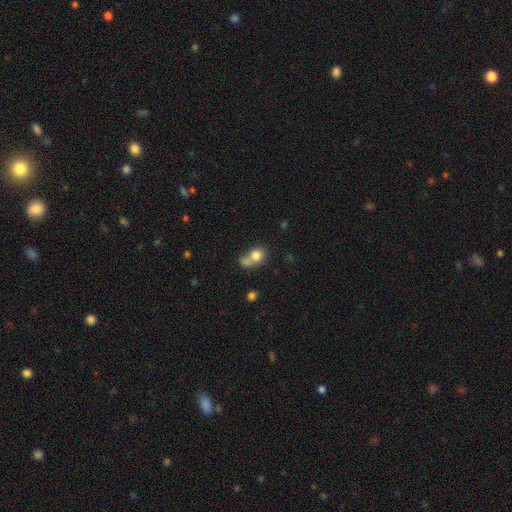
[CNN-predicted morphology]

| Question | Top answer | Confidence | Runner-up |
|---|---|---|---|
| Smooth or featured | smooth | 76% | featured or disk (14%) |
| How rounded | round | 57% | in between (42%) |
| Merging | merger | 45% | none (30%) |